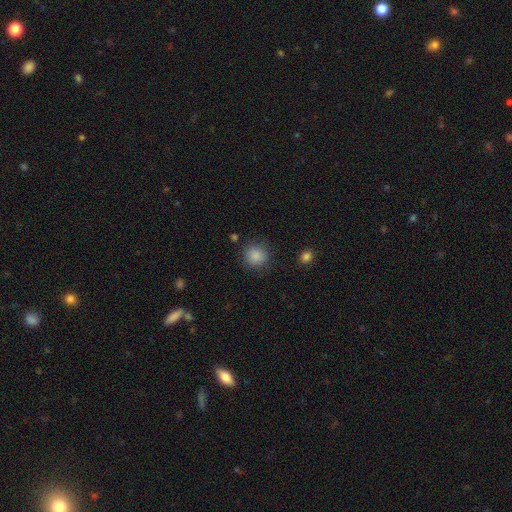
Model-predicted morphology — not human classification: Smooth or featured: smooth — 86% (star or artifact — 10%)
How rounded: round — 89% (in between — 10%)
Merging: none — 84% (minor disturbance — 11%)